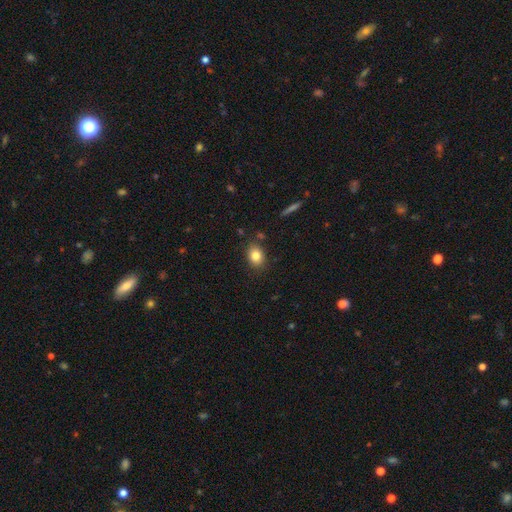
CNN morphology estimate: A smooth galaxy with no disk features (82%) that is in between round and cigar-shaped (68%). Merging: none (83%).